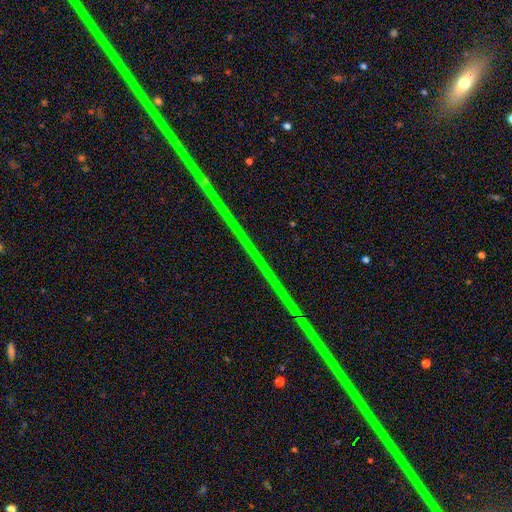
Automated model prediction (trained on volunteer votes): star or artifact 87%, featured or disk 7%, smooth 5%.